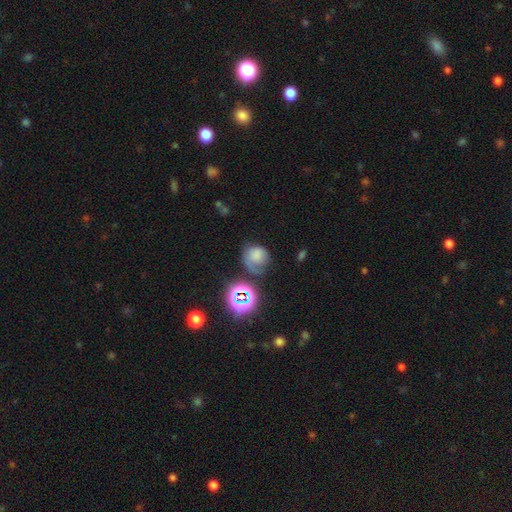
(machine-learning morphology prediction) Overall: smooth (58%; featured or disk 24%). How rounded: round (74%). Merging: none (40%; minor disturbance 27%).